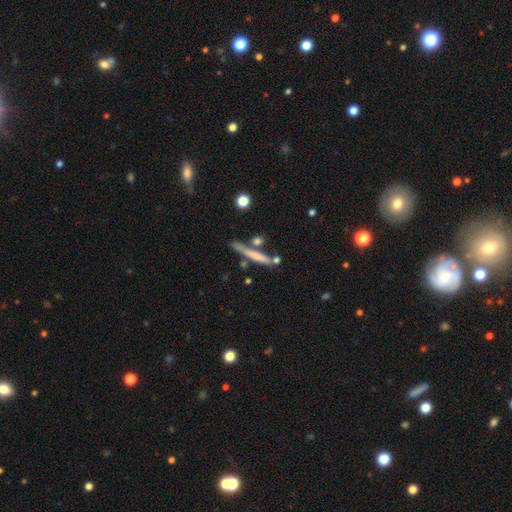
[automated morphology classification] Smooth or featured? Predicted: smooth (p=0.58). How rounded? Predicted: cigar-shaped (p=0.92). Merging? Predicted: none (p=0.64).